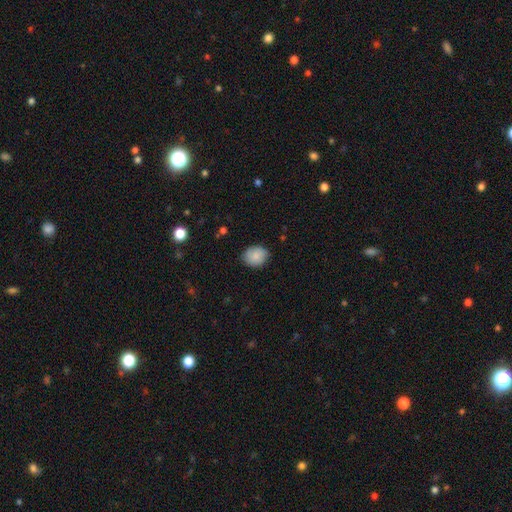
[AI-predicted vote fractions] Smooth or featured? Predicted: smooth (p=0.85). How rounded? Predicted: round (p=0.54). Merging? Predicted: none (p=0.82).